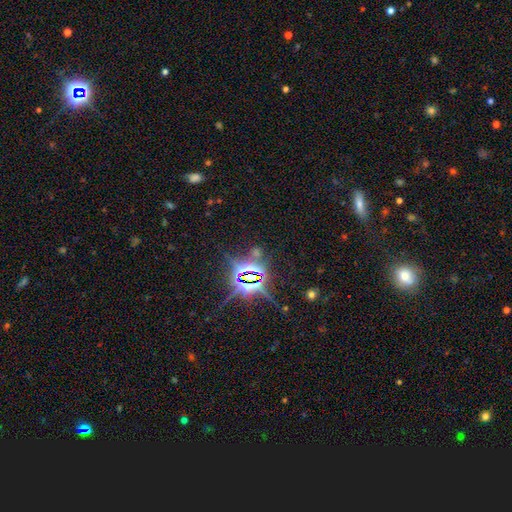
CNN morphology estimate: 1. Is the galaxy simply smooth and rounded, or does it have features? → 82% star or artifact, 9% featured or disk, 9% smooth.